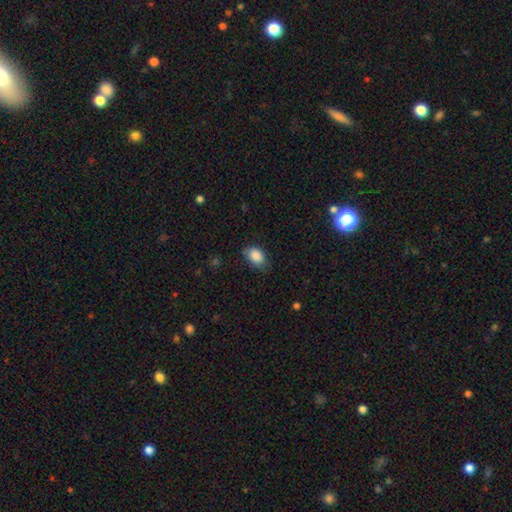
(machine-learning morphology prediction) smooth_or_featured: smooth (p=0.87) [alt: star or artifact p=0.08]
how_rounded: in between (p=0.82) [alt: round p=0.17]
merging: none (p=0.68) [alt: minor disturbance p=0.26]